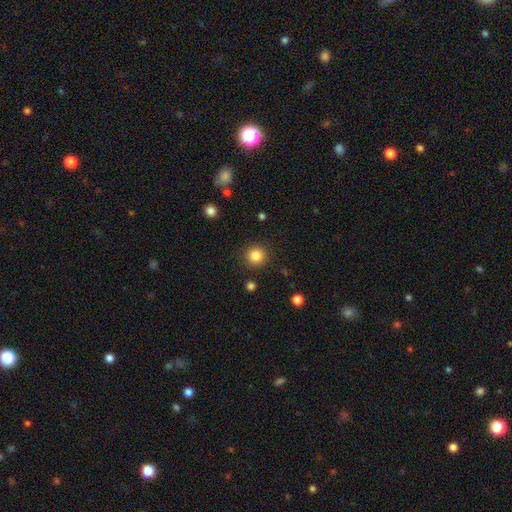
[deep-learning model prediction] Morphology: type=smooth (84%); roundness=round (93%); merging=none (90%).